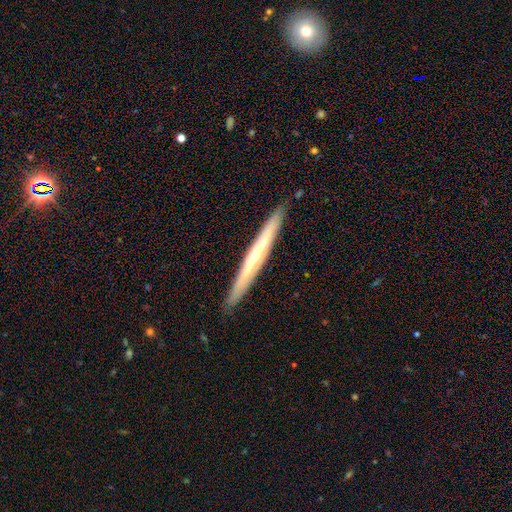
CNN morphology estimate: This appears to be a featured or disk galaxy (66%) viewed edge-on (95%) with a rounded central bulge (63%). Merging: none (91%).